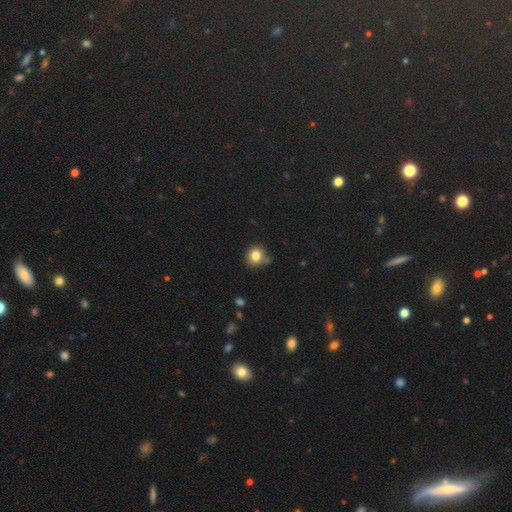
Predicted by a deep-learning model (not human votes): Smooth or featured?
  - smooth: 82% *
  - star or artifact: 11%
  - featured or disk: 7%
How rounded?
  - round: 84% *
  - in between: 15%
  - cigar-shaped: 1%
Merging?
  - none: 74% *
  - minor disturbance: 15%
  - merger: 8%
  - major disturbance: 3%